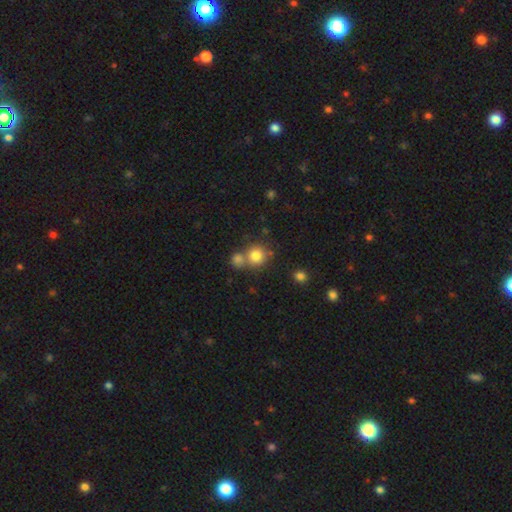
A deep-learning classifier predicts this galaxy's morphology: Q: Smooth or featured?
A: smooth (79%); runner-up: star or artifact (12%)
Q: How rounded?
A: round (89%); runner-up: in between (10%)
Q: Merging?
A: none (54%); runner-up: merger (34%)